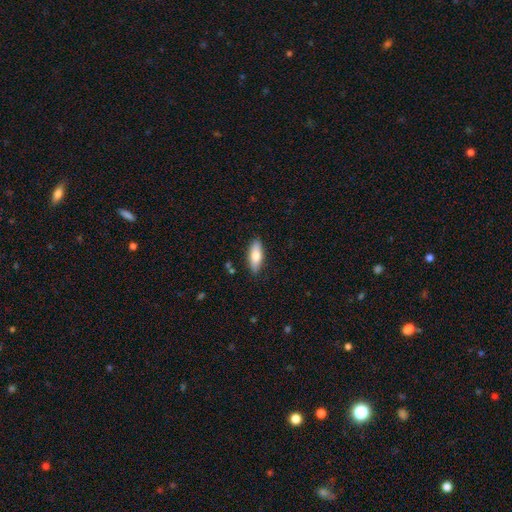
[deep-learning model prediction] The model was most divided on "how rounded": in between: 72%, cigar-shaped: 26%, round: 2%. More confident: merging — none (86%); smooth or featured — smooth (75%).